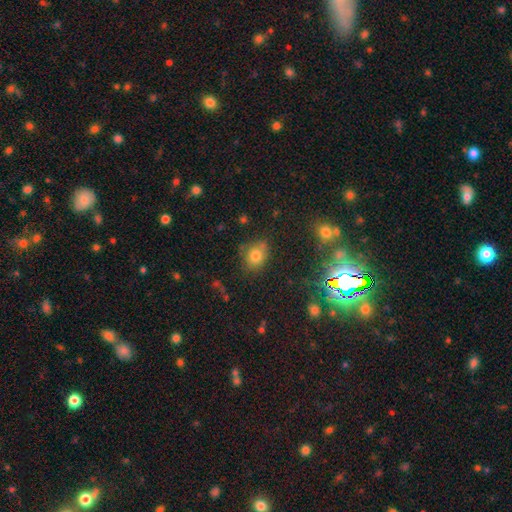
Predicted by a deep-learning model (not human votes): This is likely a smooth galaxy (76%). How rounded: likely round (61%). Merging: likely none (69%).